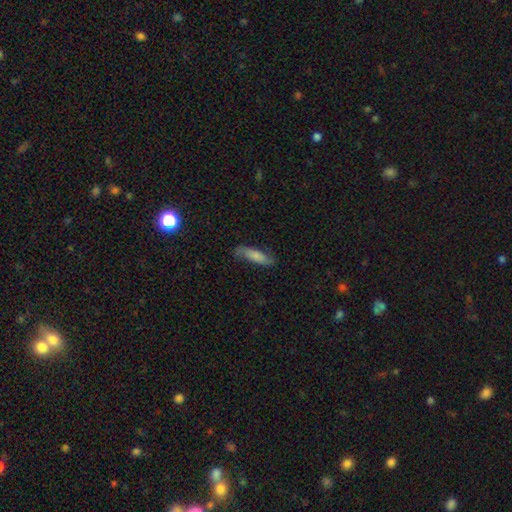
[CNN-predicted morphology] Overall: smooth (64%; featured or disk 30%). How rounded: cigar-shaped (62%; in between 36%). Merging: none (72%).